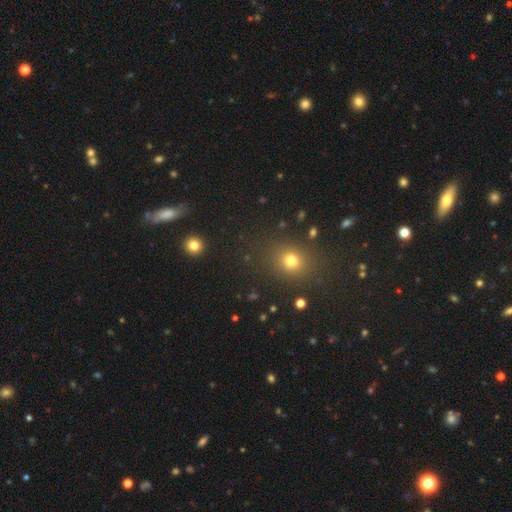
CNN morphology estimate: smooth_or_featured: smooth (p=0.58) [alt: star or artifact p=0.33]
how_rounded: round (p=0.71) [alt: in between p=0.26]
merging: none (p=0.86) [alt: minor disturbance p=0.08]